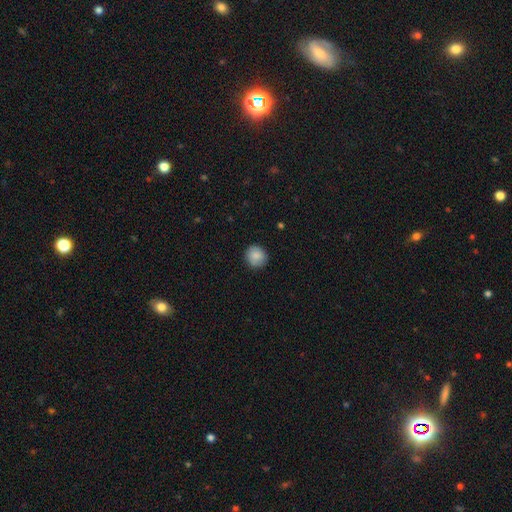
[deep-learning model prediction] Overall: smooth (84%). How rounded: round (88%). Merging: none (87%).